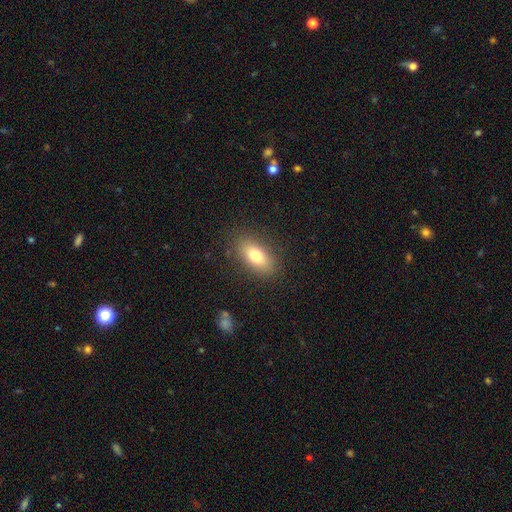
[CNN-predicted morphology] Smooth or featured? Predicted: smooth (p=0.76). How rounded? Predicted: in between (p=0.85). Merging? Predicted: none (p=0.85).